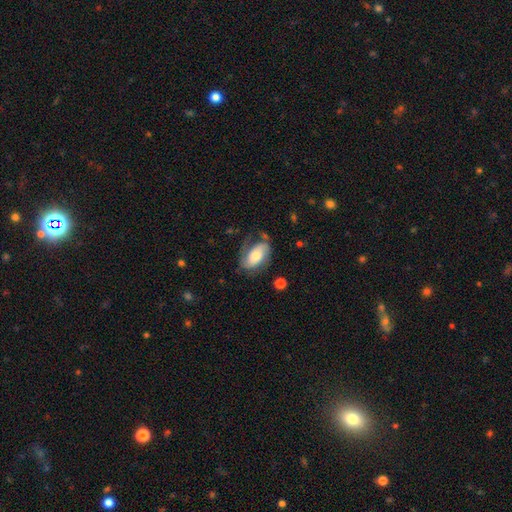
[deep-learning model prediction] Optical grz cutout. It shows a featured or disk galaxy (47%). Merging: none (51%).